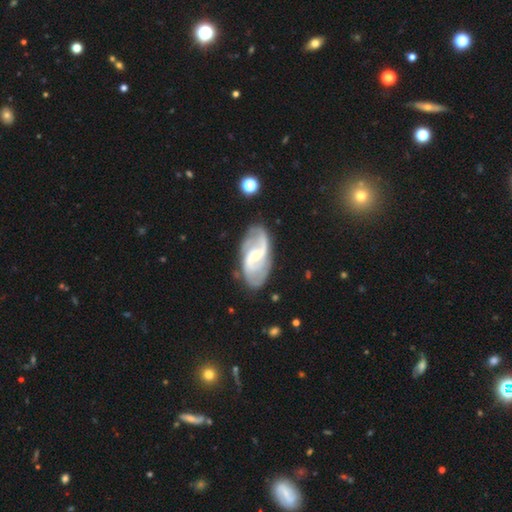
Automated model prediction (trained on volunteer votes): smooth-or-featured: featured or disk: 86% | smooth: 9% | star or artifact: 5%
  disk-edge-on: no: 96% | yes: 4%
    bar: weak: 49% | strong: 27% | no: 24%
    has-spiral-arms: yes: 95% | no: 5%
      spiral-winding: medium: 45% | loose: 37% | tight: 18%
      spiral-arm-count: 2: 74% | can't tell: 10% | 3: 7% | 1: 3% | 4: 3% | more than 4: 2%
    bulge-size: small: 64% | moderate: 31% | none: 3% | large: 2% | dominant: 1%
  merging: none: 74% | minor disturbance: 17% | major disturbance: 7% | merger: 2%